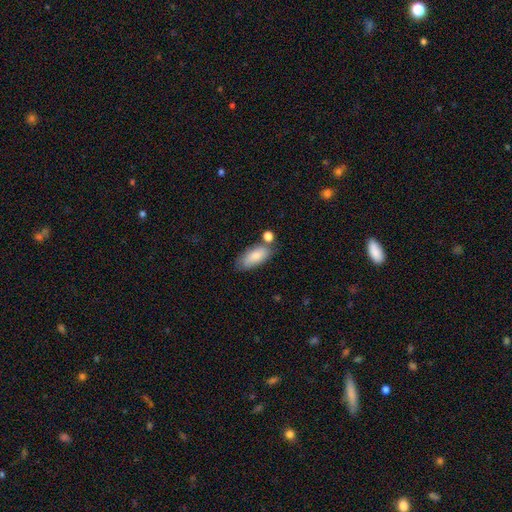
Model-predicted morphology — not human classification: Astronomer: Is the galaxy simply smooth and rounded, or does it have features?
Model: smooth — 81%.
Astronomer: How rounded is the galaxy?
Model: in between — 85%.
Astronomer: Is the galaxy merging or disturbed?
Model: none — 62%.